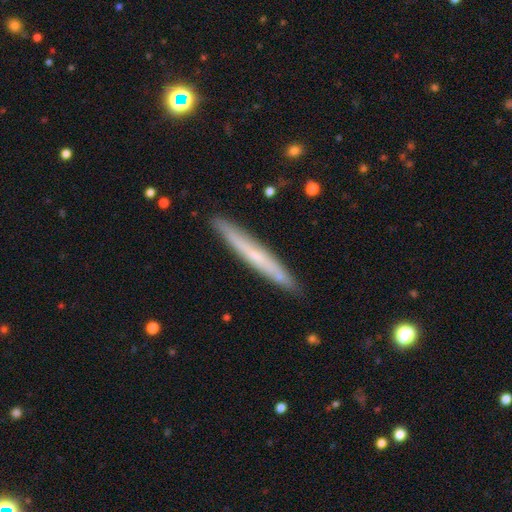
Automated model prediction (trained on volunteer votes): Smooth or featured? featured or disk (48%)
Merging? none (89%)